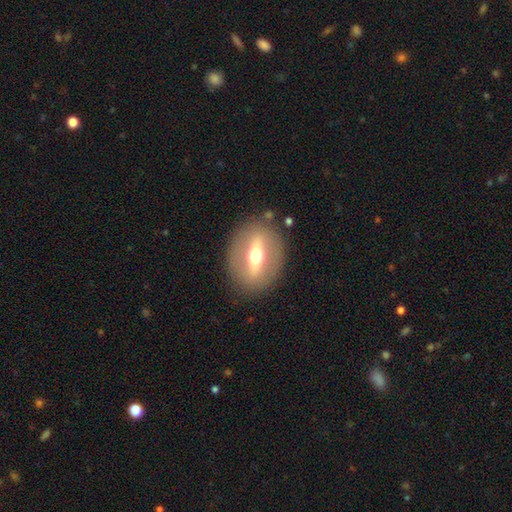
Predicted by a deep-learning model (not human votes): A featured or disk galaxy (60%).

Vote fractions:
- Smooth or featured? featured or disk: 60% / smooth: 33% / star or artifact: 7%
- Edge-on disk? no: 60% / yes: 40%
- Merging? none: 85% / minor disturbance: 9% / major disturbance: 4% / merger: 2%